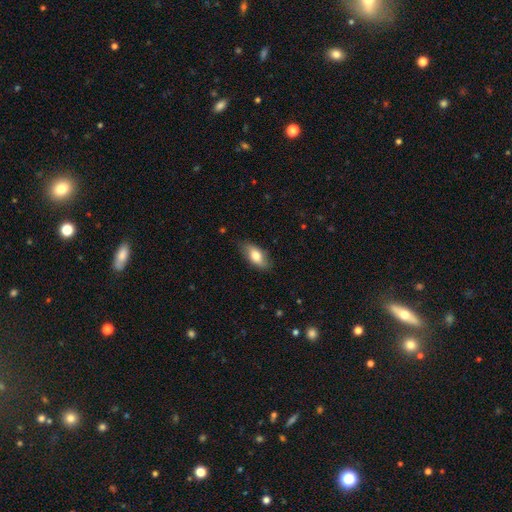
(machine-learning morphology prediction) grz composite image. It shows a smooth galaxy with no disk features (73%) that is in between round and cigar-shaped (88%). Merging: none (81%).